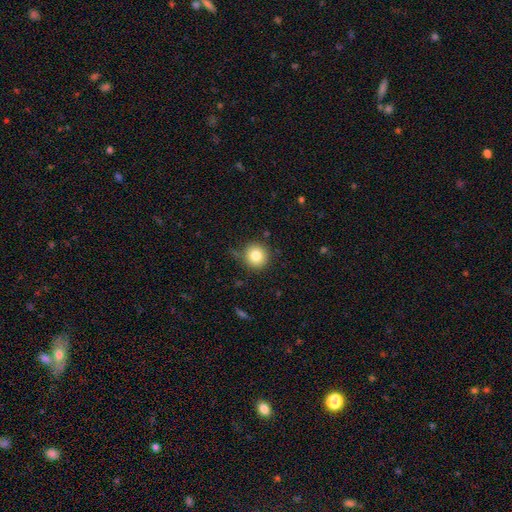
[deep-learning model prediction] Q: Smooth or featured?
A: smooth (82%); runner-up: star or artifact (11%)
Q: How rounded?
A: round (93%); runner-up: in between (6%)
Q: Merging?
A: none (81%); runner-up: minor disturbance (13%)